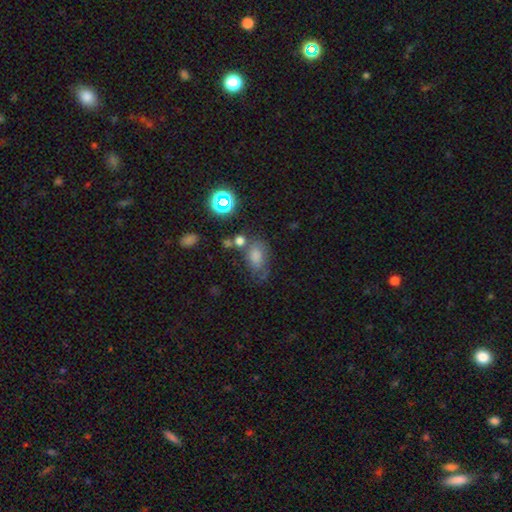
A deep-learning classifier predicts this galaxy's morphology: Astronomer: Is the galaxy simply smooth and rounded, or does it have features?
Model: smooth — 64%.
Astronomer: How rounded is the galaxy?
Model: in between — 77%.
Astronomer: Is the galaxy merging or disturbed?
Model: none — 46% (runner-up: minor disturbance, 27%).